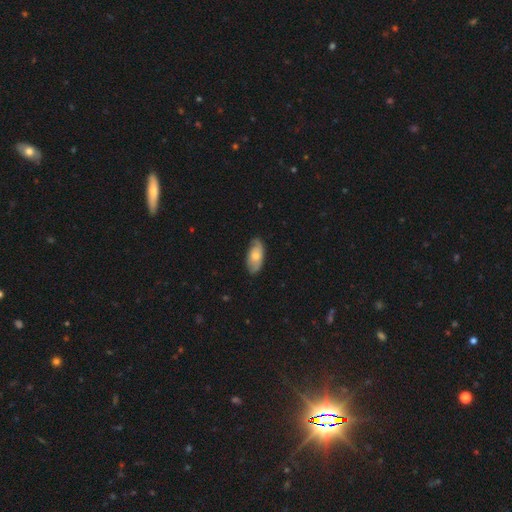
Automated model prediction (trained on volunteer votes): smooth 57%, featured or disk 37%, star or artifact 6%. Down the decision tree: how rounded — in between (91%); merging — none (74%).